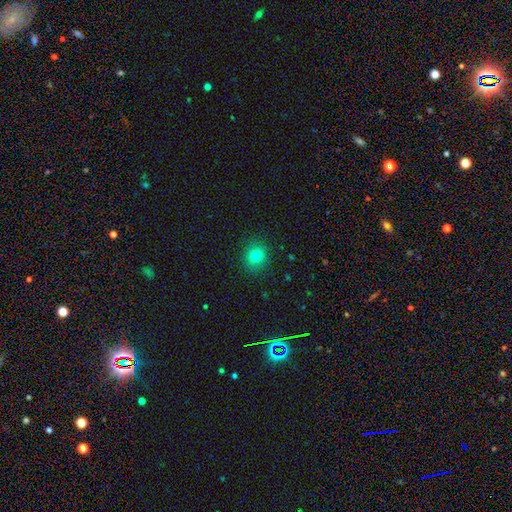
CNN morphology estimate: Smooth or featured: smooth — 78% (star or artifact — 14%)
How rounded: round — 80% (in between — 19%)
Merging: none — 89% (minor disturbance — 7%)